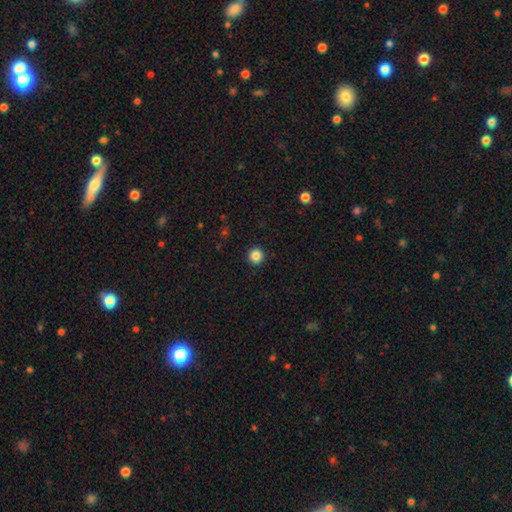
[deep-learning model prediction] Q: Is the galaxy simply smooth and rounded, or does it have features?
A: smooth — 86%.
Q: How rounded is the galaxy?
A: round — 96%.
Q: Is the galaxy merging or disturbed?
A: none — 93%.